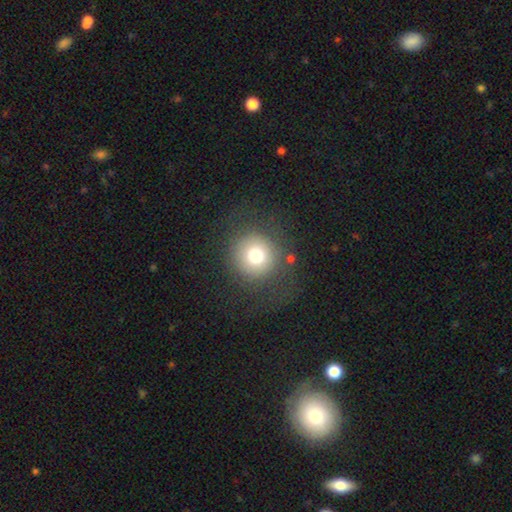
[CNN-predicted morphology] Smooth or featured: smooth — 73% (featured or disk — 14%)
How rounded: round — 94% (in between — 5%)
Merging: none — 78% (minor disturbance — 10%)